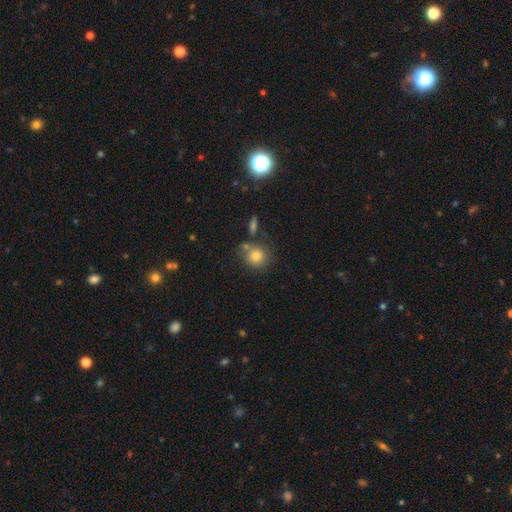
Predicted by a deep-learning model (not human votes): smooth_or_featured: smooth (p=0.80) [alt: star or artifact p=0.11]
how_rounded: round (p=0.86) [alt: in between p=0.13]
merging: none (p=0.67) [alt: merger p=0.15]